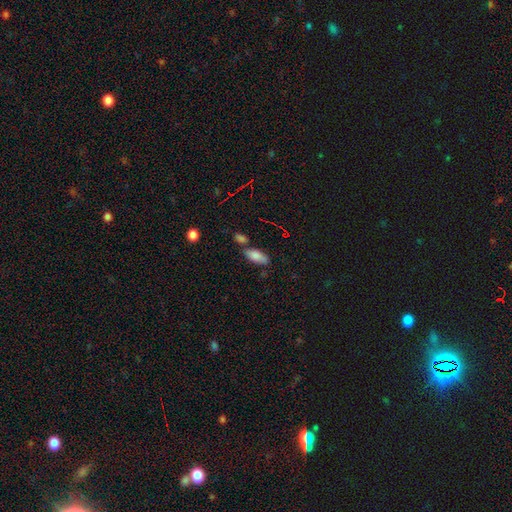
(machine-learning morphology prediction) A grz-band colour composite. It shows a smooth galaxy with no disk features (80%) that is in between round and cigar-shaped (84%). Merging: none (57%).